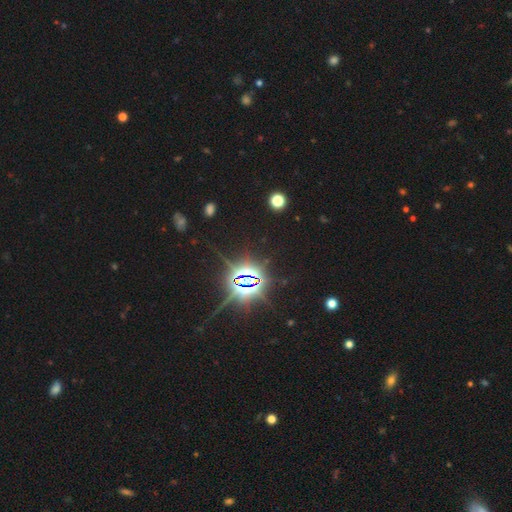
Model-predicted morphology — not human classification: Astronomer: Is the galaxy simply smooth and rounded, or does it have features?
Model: star or artifact — 86%.